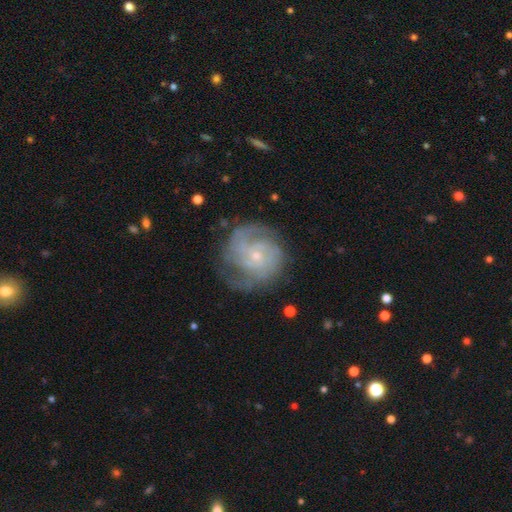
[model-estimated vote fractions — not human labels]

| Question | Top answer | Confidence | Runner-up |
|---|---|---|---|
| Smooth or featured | featured or disk | 82% | smooth (12%) |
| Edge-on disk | no | 98% | yes (2%) |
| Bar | no | 69% | weak (27%) |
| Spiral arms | yes | 94% | no (6%) |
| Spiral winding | tight | 52% | medium (37%) |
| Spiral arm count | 2 | 35% | can't tell (26%) |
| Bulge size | small | 72% | moderate (23%) |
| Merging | none | 69% | minor disturbance (19%) |